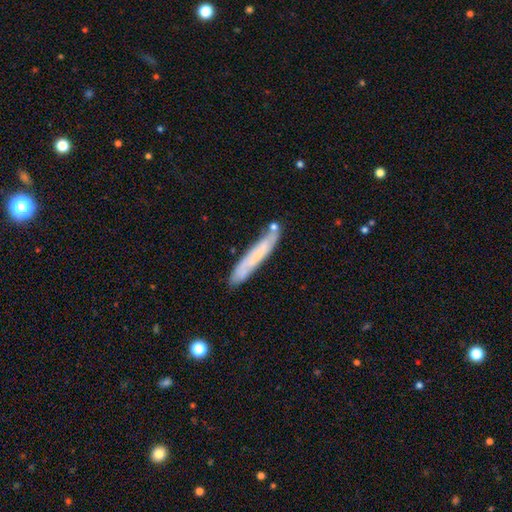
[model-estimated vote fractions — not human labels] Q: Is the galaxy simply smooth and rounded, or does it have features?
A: smooth — 53%.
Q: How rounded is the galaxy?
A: cigar-shaped — 93%.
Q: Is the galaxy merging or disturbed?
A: none — 76%.